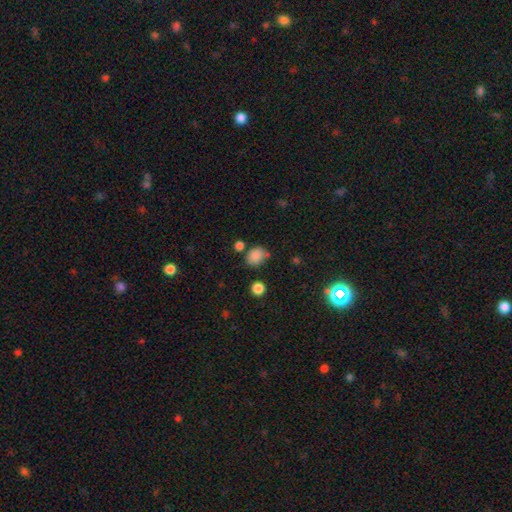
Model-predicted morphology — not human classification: Q: Smooth or featured?
A: smooth (83%); runner-up: star or artifact (11%)
Q: How rounded?
A: round (54%); runner-up: in between (45%)
Q: Merging?
A: none (63%); runner-up: minor disturbance (22%)